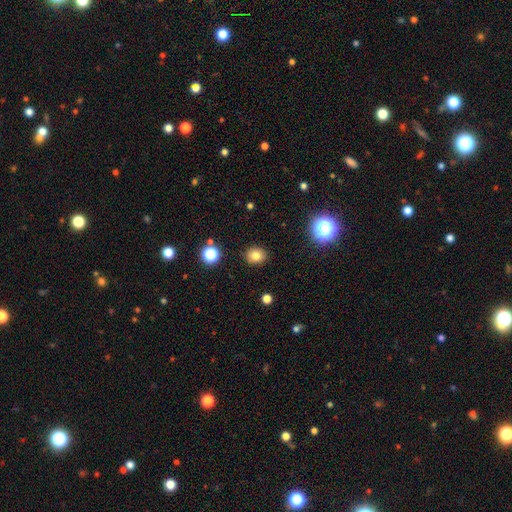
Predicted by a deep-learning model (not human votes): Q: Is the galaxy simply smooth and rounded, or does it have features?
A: smooth — 79%.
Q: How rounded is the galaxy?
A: round — 73%.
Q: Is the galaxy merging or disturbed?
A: none — 89%.